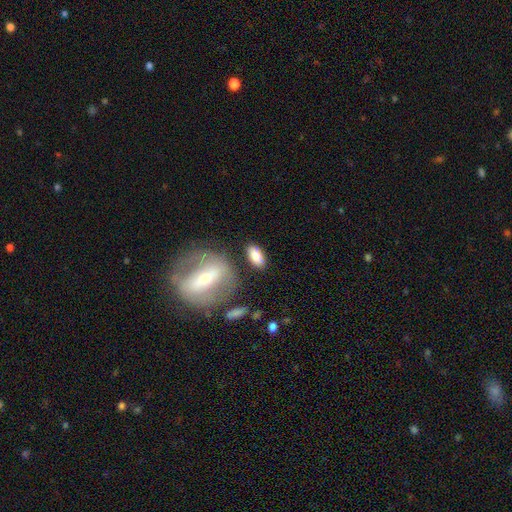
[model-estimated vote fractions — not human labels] This appears to be a smooth galaxy with no disk features (82%) that is in between round and cigar-shaped (87%). Merging: none (80%).